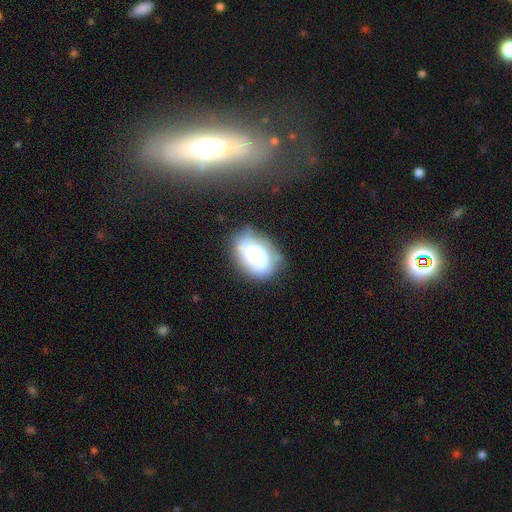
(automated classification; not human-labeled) Q: Smooth or featured?
A: smooth (62%); runner-up: featured or disk (27%)
Q: How rounded?
A: in between (82%); runner-up: round (16%)
Q: Merging?
A: none (59%); runner-up: minor disturbance (25%)